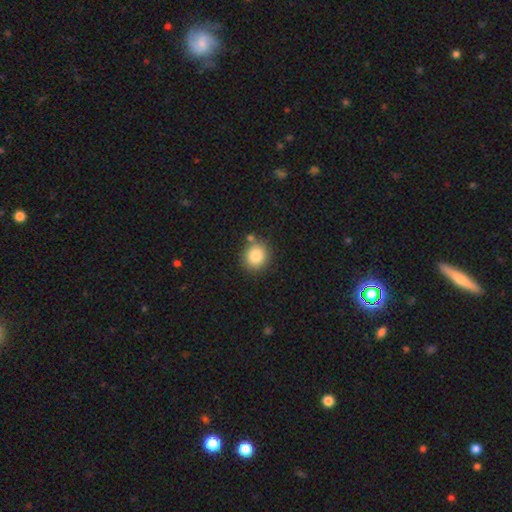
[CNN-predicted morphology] A smooth galaxy with no disk features (83%) that is round (86%).

Vote fractions:
- Smooth or featured? smooth: 83% / star or artifact: 10% / featured or disk: 7%
- How rounded? round: 86% / in between: 13% / cigar-shaped: 1%
- Merging? none: 79% / minor disturbance: 10% / merger: 9% / major disturbance: 3%